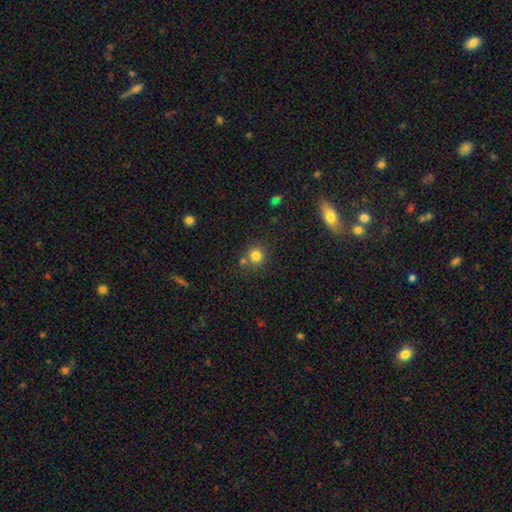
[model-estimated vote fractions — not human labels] Smooth or featured: smooth — 81% (star or artifact — 13%)
How rounded: round — 90% (in between — 9%)
Merging: none — 72% (merger — 16%)